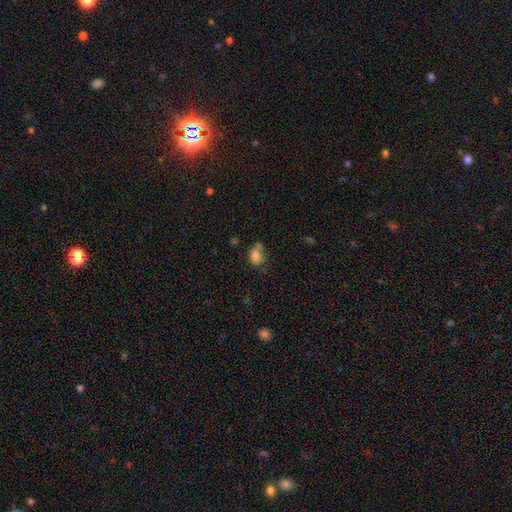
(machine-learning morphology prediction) This appears to be a smooth galaxy with no disk features (81%) that is in between round and cigar-shaped (77%). Merging: none (48%).